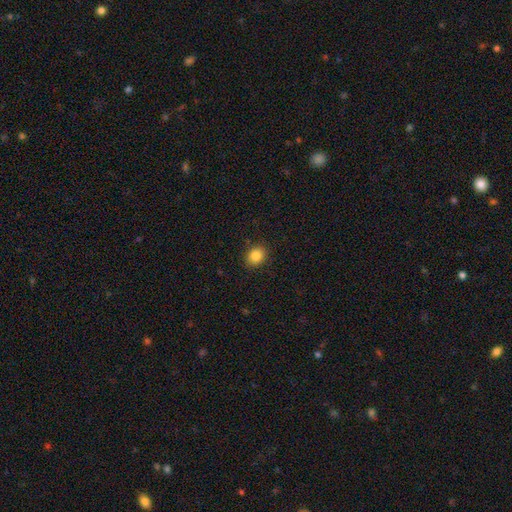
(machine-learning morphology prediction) Smooth or featured? smooth (86%)
How rounded? round (58%)
Merging? none (88%)